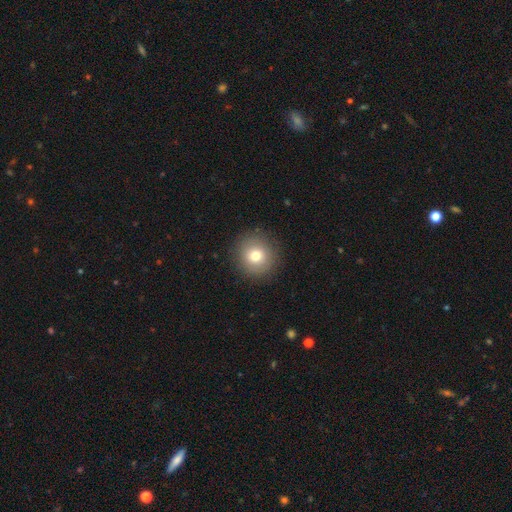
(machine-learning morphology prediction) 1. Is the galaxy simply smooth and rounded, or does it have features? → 75% smooth, 13% featured or disk, 12% star or artifact.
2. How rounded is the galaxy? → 94% round, 6% in between, 1% cigar-shaped.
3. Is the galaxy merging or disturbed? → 90% none, 6% minor disturbance, 3% major disturbance, 1% merger.